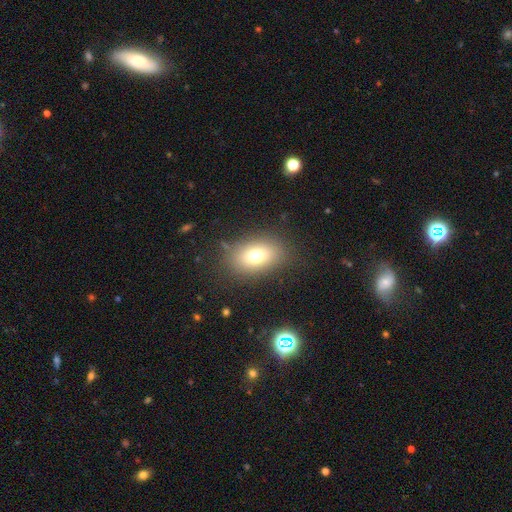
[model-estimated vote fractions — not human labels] Smooth or featured? Predicted: smooth (p=0.72). How rounded? Predicted: in between (p=0.77). Merging? Predicted: none (p=0.82).